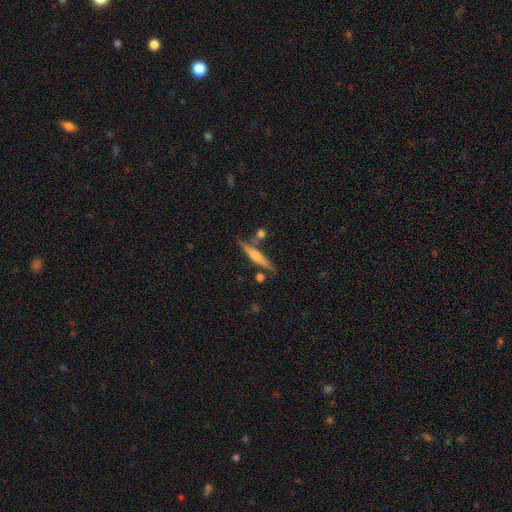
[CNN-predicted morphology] smooth-or-featured: featured or disk: 61% | smooth: 32% | star or artifact: 7%
  disk-edge-on: yes: 96% | no: 4%
    edge-on-bulge: rounded: 73% | none: 15% | boxy: 12%
  merging: none: 77% | minor disturbance: 11% | merger: 9% | major disturbance: 3%